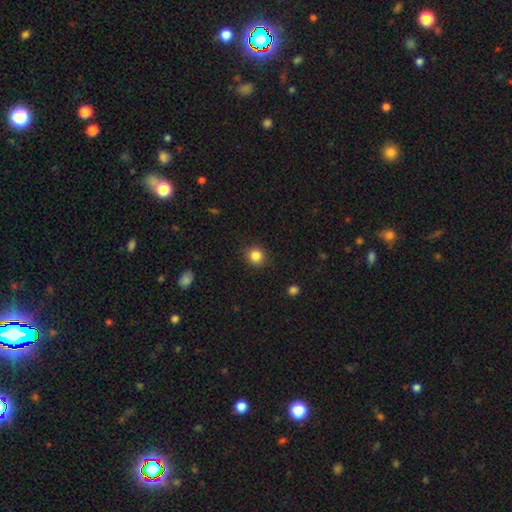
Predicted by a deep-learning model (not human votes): A smooth galaxy with no disk features (85%) that is round (88%). Merging: none (90%).